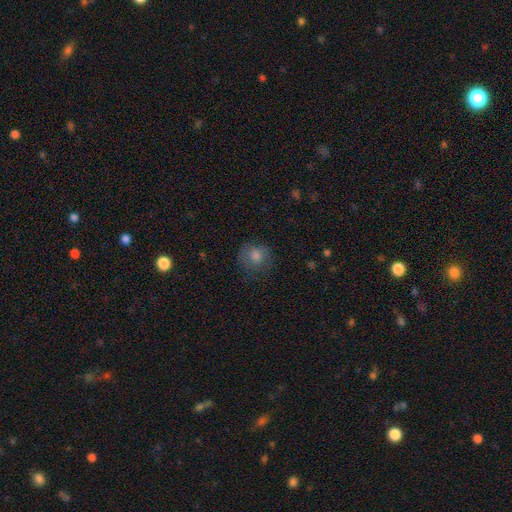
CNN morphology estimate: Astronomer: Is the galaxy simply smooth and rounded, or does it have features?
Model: smooth — 74%.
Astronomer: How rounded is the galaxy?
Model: round — 85%.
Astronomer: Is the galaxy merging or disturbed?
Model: none — 75%.